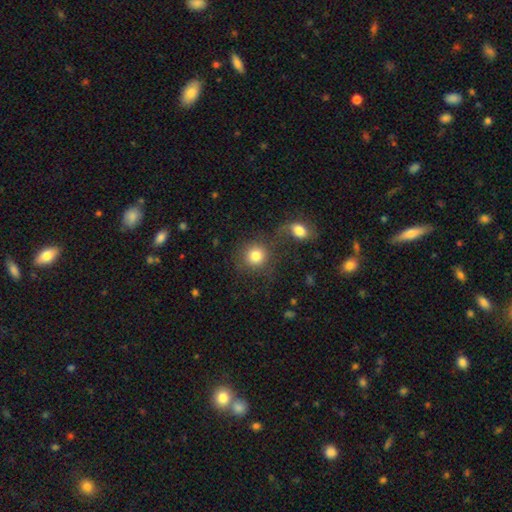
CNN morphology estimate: type=smooth (81%); roundness=round (89%); merging=none (63%).